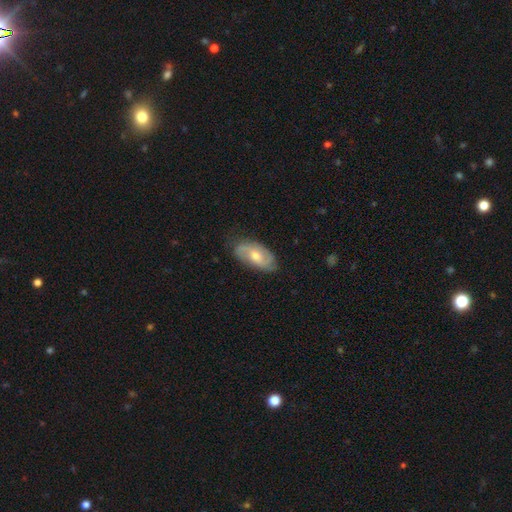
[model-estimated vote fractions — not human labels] smooth-or-featured: featured or disk: 63% | smooth: 30% | star or artifact: 7%
  disk-edge-on: no: 92% | yes: 8%
    bar: no: 58% | weak: 35% | strong: 7%
    has-spiral-arms: yes: 88% | no: 12%
      spiral-winding: medium: 41% | tight: 30% | loose: 29%
      spiral-arm-count: 2: 64% | can't tell: 19% | 3: 9% | 1: 4% | 4: 2% | more than 4: 2%
    bulge-size: moderate: 66% | small: 28% | large: 4% | none: 2% | dominant: 1%
  merging: none: 75% | minor disturbance: 20% | major disturbance: 5% | merger: 1%